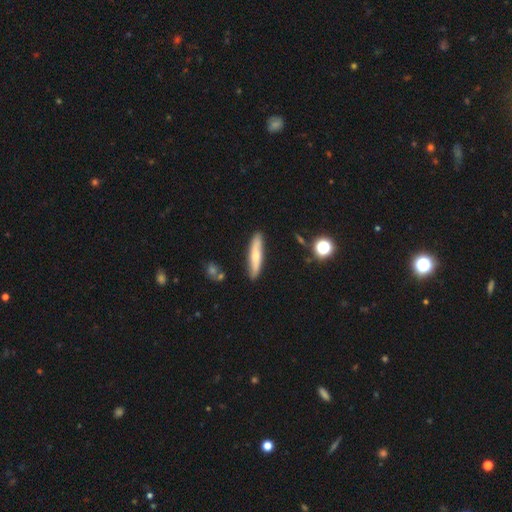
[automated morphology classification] Smooth or featured: smooth — 54% (featured or disk — 40%)
How rounded: cigar-shaped — 84% (in between — 14%)
Merging: none — 87% (minor disturbance — 9%)